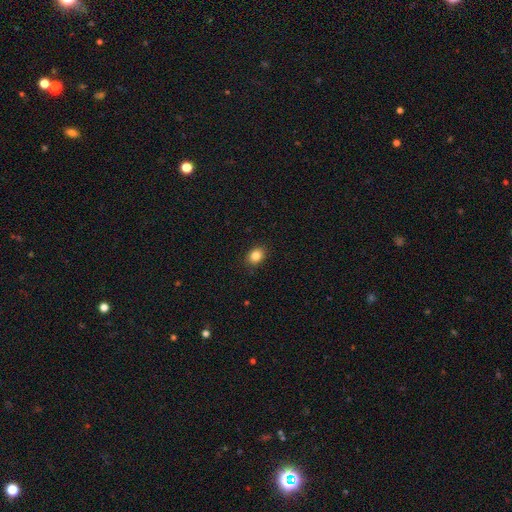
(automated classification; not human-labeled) smooth_or_featured: smooth (p=0.85) [alt: star or artifact p=0.10]
how_rounded: in between (p=0.56) [alt: round p=0.43]
merging: none (p=0.89) [alt: minor disturbance p=0.08]